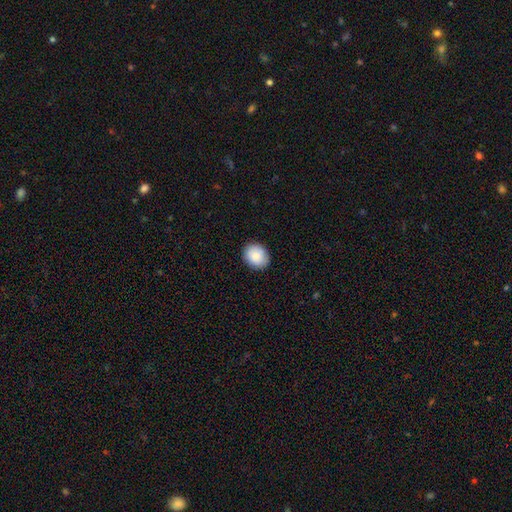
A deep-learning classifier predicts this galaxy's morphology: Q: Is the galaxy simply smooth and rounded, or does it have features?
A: smooth — 86%.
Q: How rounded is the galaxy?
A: round — 58%.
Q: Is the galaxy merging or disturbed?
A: none — 88%.